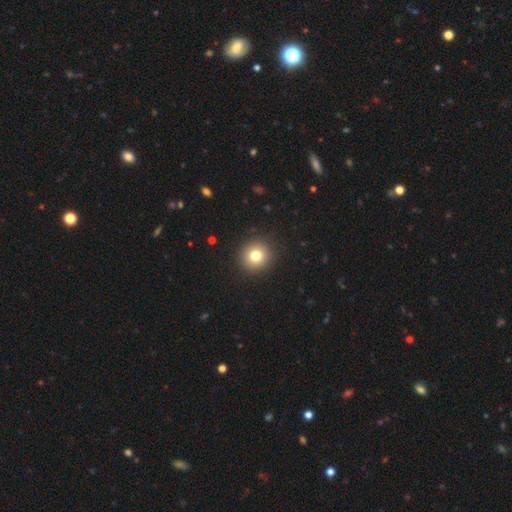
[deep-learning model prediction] The model was most divided on "smooth or featured": smooth: 78%, star or artifact: 12%, featured or disk: 10%. More confident: how rounded — round (92%); merging — none (92%).